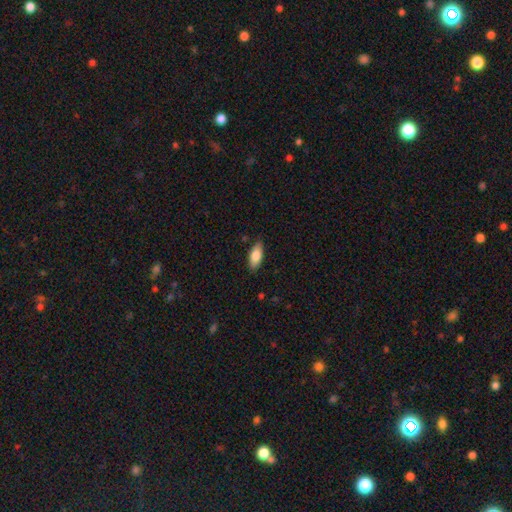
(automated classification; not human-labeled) Smooth or featured: smooth — 80% (featured or disk — 14%)
How rounded: in between — 82% (cigar-shaped — 15%)
Merging: none — 84% (minor disturbance — 13%)